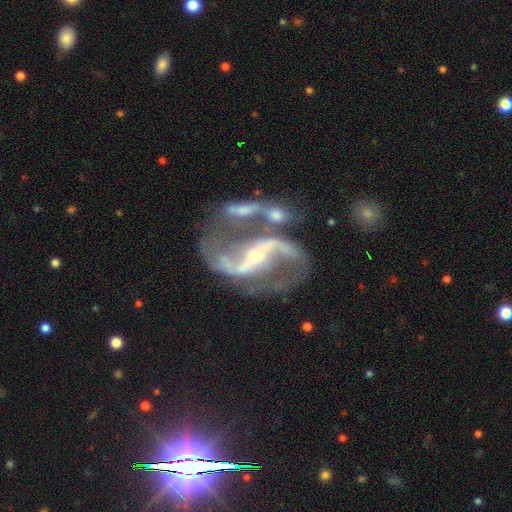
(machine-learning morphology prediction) The model was most divided on "merging": merger: 35%, none: 34%, major disturbance: 17%, minor disturbance: 15%. More confident: edge-on disk — no (97%); spiral arms — yes (96%); spiral arm count — 2 (92%); smooth or featured — featured or disk (91%); bulge size — small (68%); bar — strong (55%); spiral winding — loose (52%).